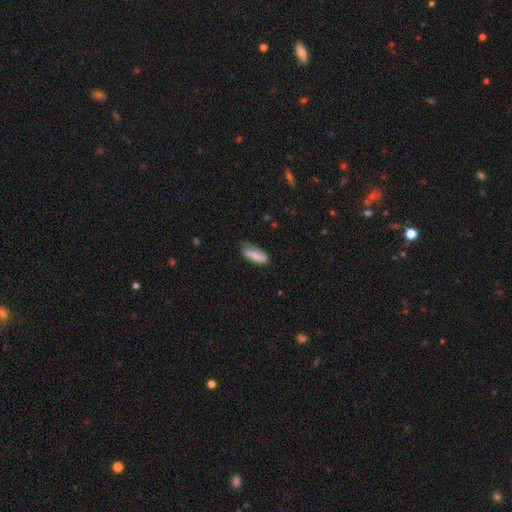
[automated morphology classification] This is likely a smooth galaxy (69%). How rounded: likely in between (66%). Merging: possibly none (50%).